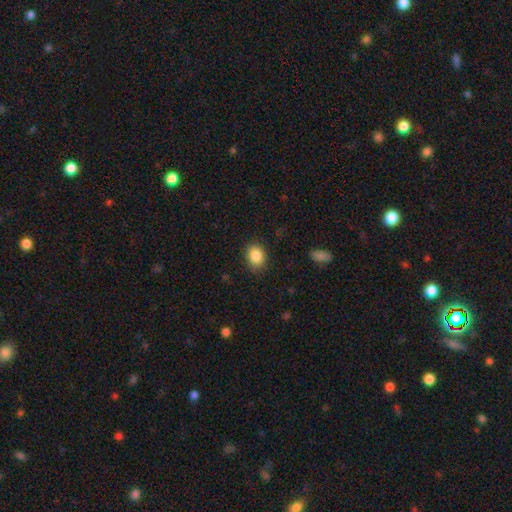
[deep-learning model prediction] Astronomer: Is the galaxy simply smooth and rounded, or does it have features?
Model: smooth — 87%.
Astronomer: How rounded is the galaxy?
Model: in between — 53% (runner-up: round, 46%).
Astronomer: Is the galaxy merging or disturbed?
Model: none — 84%.